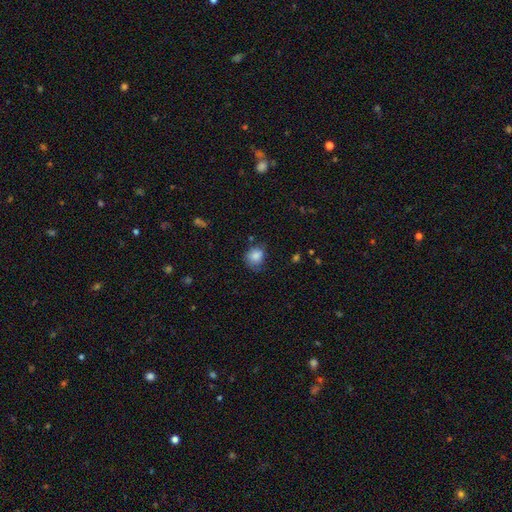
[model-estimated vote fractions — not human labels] Q: Smooth or featured?
A: smooth (84%); runner-up: star or artifact (9%)
Q: How rounded?
A: round (67%); runner-up: in between (32%)
Q: Merging?
A: none (57%); runner-up: minor disturbance (32%)